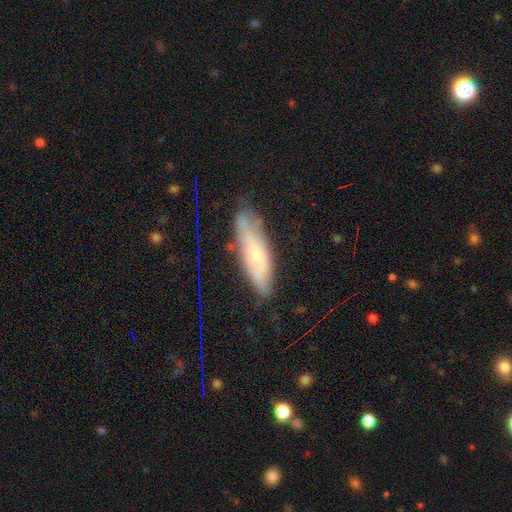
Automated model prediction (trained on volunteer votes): The model was most divided on "how rounded": cigar-shaped: 54%, in between: 44%, round: 2%. More confident: merging — none (72%); smooth or featured — smooth (51%).